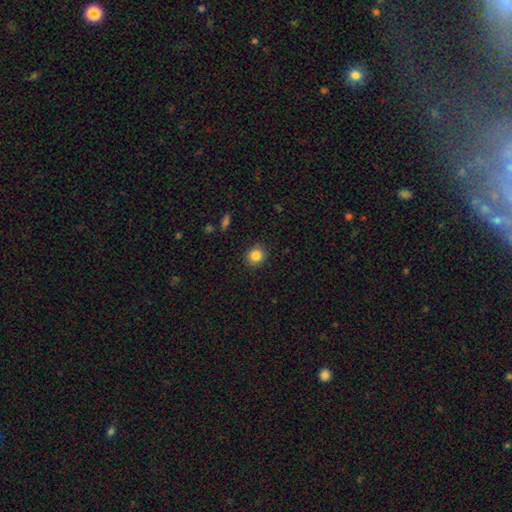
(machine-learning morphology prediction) smooth 84%, star or artifact 10%, featured or disk 6%. Down the decision tree: how rounded — round (82%); merging — none (89%).